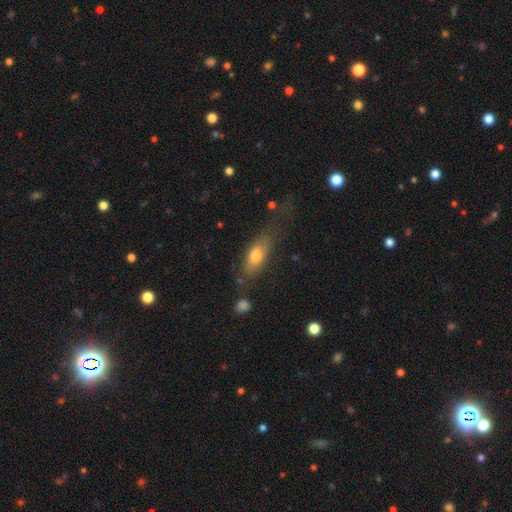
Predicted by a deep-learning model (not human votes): Smooth or featured? smooth (68%)
How rounded? in between (67%)
Merging? none (56%)